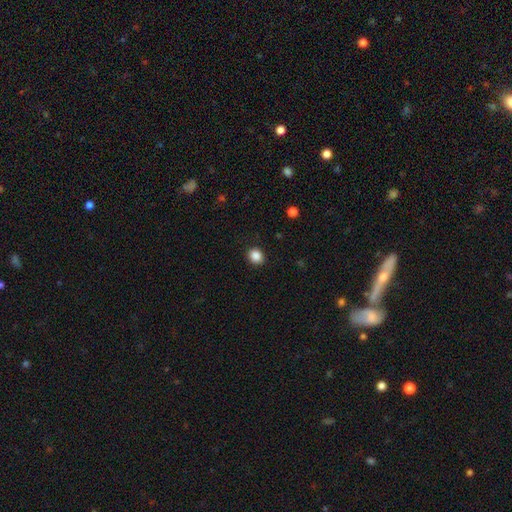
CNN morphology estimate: Smooth or featured? smooth (87%)
How rounded? round (70%)
Merging? none (90%)